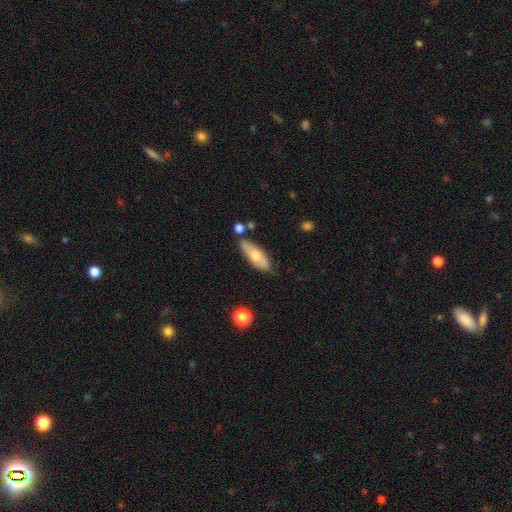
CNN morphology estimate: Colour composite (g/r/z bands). It shows a smooth galaxy with no disk features (64%) that is in between round and cigar-shaped (72%). Merging: none (73%).